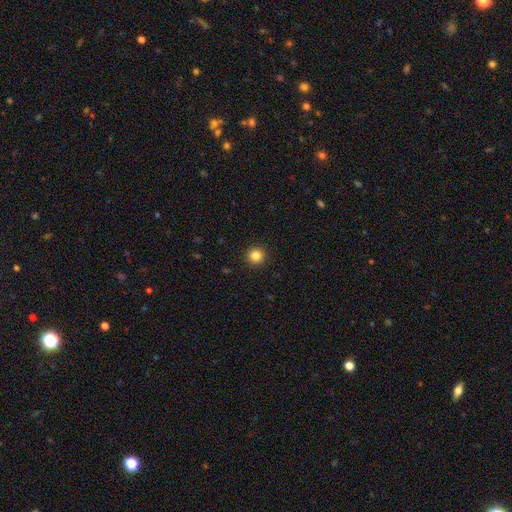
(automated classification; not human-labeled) This appears to be a smooth galaxy with no disk features (83%) that is round (95%). Merging: none (93%).